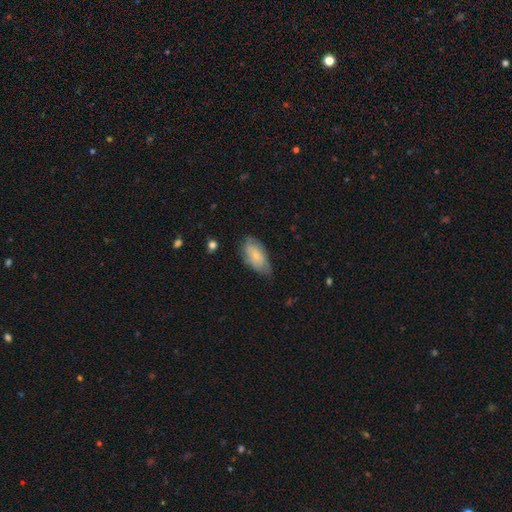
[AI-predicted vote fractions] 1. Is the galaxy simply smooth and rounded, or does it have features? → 69% smooth, 25% featured or disk, 6% star or artifact.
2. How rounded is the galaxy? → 92% in between, 5% cigar-shaped, 3% round.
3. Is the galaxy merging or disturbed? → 60% none, 32% minor disturbance, 7% major disturbance, 2% merger.